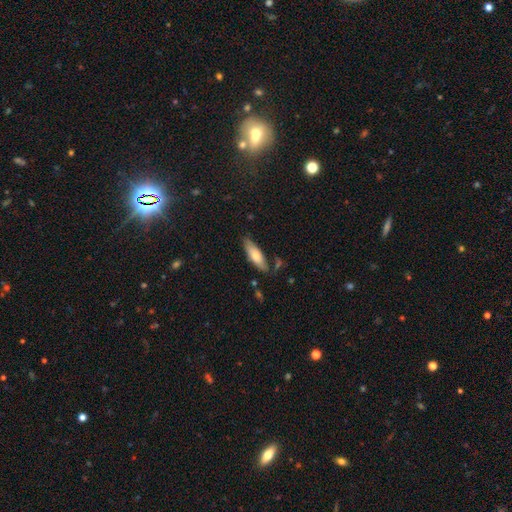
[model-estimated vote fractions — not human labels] A smooth galaxy with no disk features (71%) that is in between round and cigar-shaped (56%).

Vote fractions:
- Smooth or featured? smooth: 71% / featured or disk: 23% / star or artifact: 6%
- How rounded? in between: 56% / cigar-shaped: 42% / round: 2%
- Merging? none: 74% / minor disturbance: 18% / merger: 4% / major disturbance: 3%